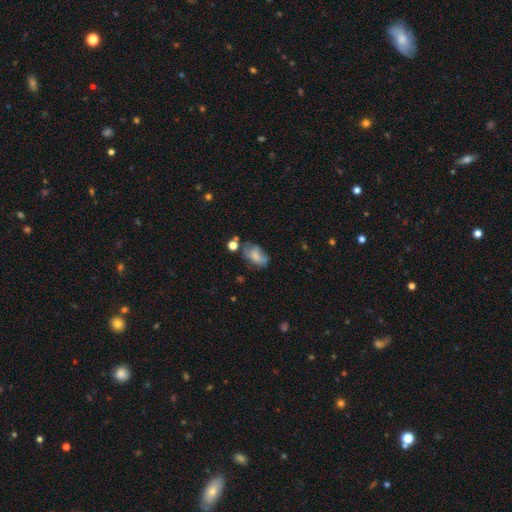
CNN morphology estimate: Overall: smooth (62%; featured or disk 27%). How rounded: in between (88%). Merging: none (41%; minor disturbance 30%).